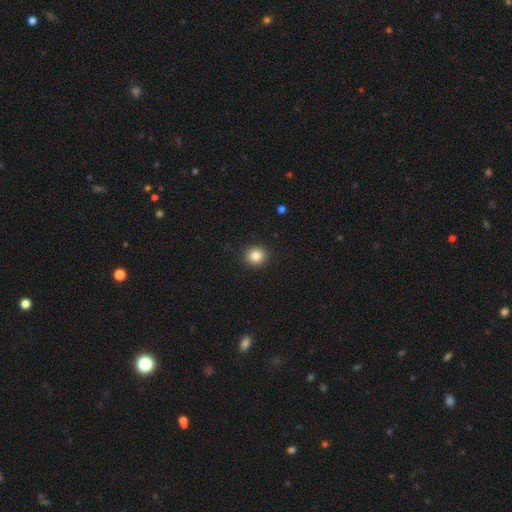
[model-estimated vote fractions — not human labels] A smooth galaxy with no disk features (84%) that is round (89%). Merging: none (92%).